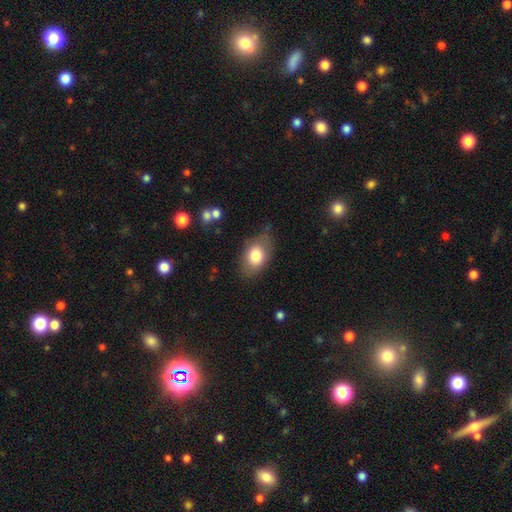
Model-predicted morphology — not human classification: Overall: smooth (78%). How rounded: in between (83%). Merging: none (69%).